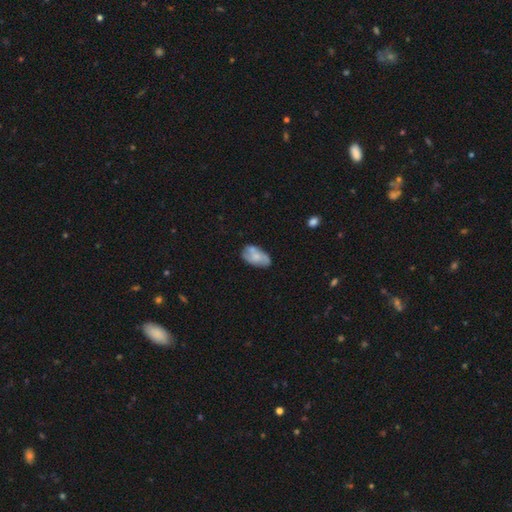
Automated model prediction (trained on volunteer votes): Overall: smooth (53%; featured or disk 40%). How rounded: in between (92%). Merging: none (54%; minor disturbance 28%).